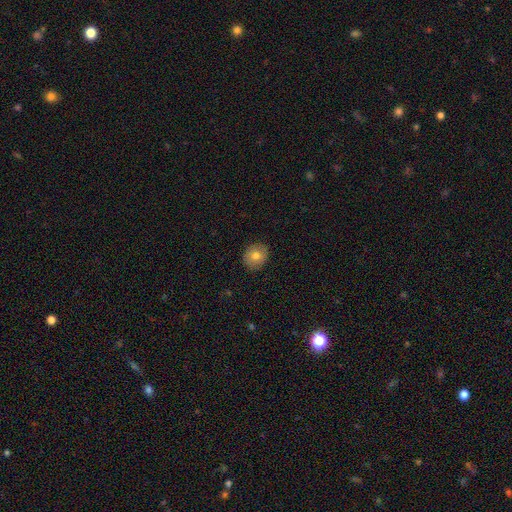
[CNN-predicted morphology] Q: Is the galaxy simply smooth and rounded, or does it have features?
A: smooth — 77%.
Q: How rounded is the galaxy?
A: round — 68%.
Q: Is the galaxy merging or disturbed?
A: none — 88%.